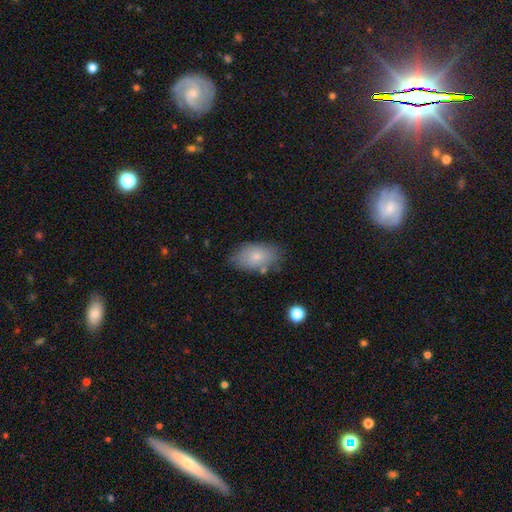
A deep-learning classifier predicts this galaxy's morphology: smooth-or-featured: smooth: 75% | featured or disk: 17% | star or artifact: 8%
  how-rounded: in between: 92% | round: 7% | cigar-shaped: 2%
  merging: none: 75% | minor disturbance: 18% | major disturbance: 4% | merger: 3%